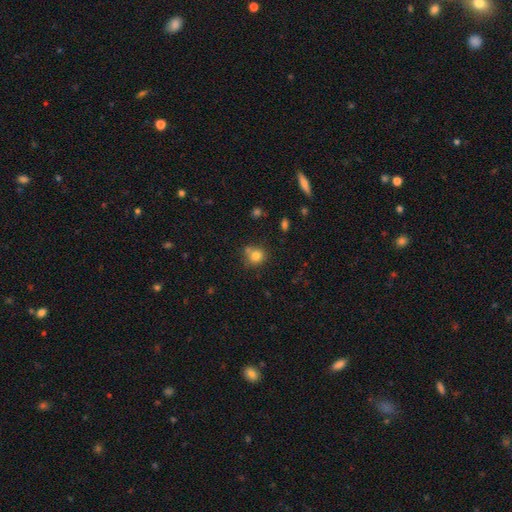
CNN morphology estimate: smooth-or-featured: smooth: 80% | star or artifact: 12% | featured or disk: 8%
  how-rounded: round: 85% | in between: 14% | cigar-shaped: 1%
  merging: none: 66% | merger: 17% | minor disturbance: 13% | major disturbance: 4%